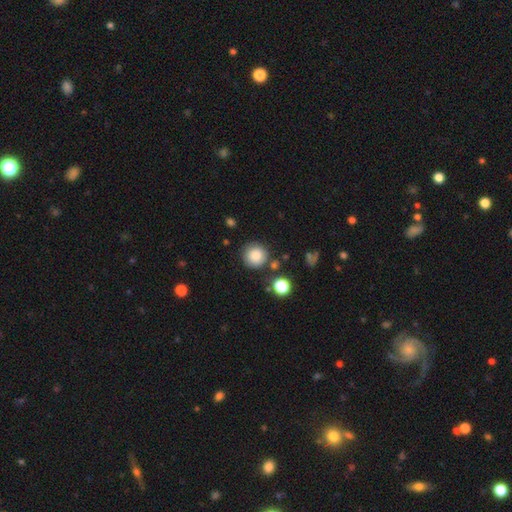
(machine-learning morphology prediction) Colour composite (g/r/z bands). It shows a smooth galaxy with no disk features (83%) that is round (94%). Merging: none (82%).